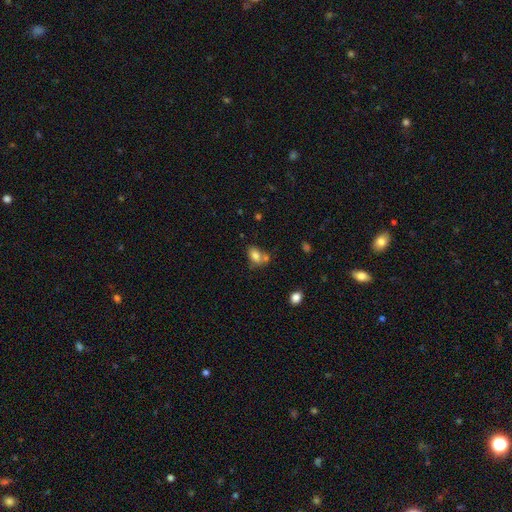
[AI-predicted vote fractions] Smooth or featured?
  - smooth: 80% *
  - star or artifact: 10%
  - featured or disk: 10%
How rounded?
  - in between: 83% *
  - round: 15%
  - cigar-shaped: 2%
Merging?
  - none: 46% *
  - merger: 33%
  - minor disturbance: 15%
  - major disturbance: 6%